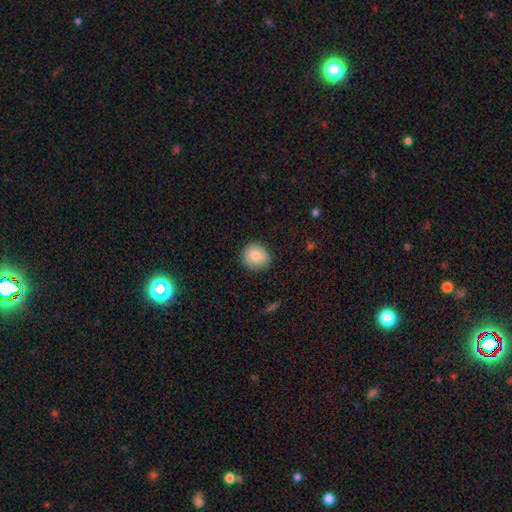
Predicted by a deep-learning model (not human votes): This appears to be a smooth galaxy with no disk features (86%) that is round (84%). Merging: none (88%).